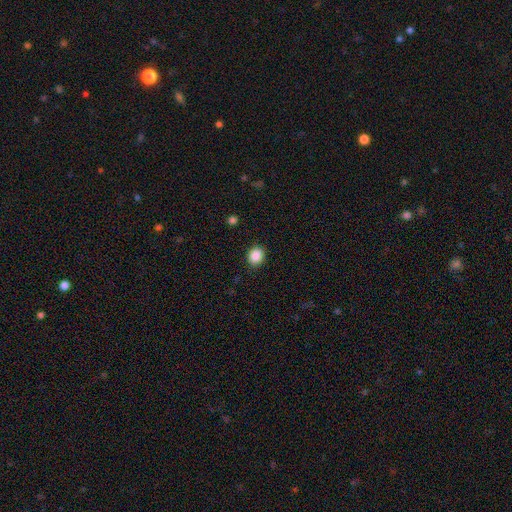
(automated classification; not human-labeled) Smooth or featured? smooth (88%)
How rounded? round (65%)
Merging? none (89%)